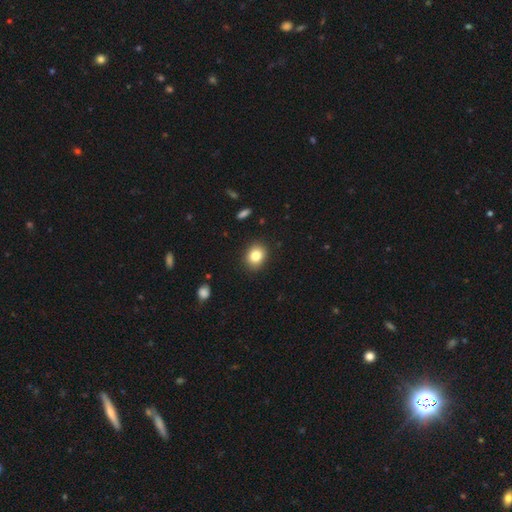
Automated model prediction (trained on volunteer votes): smooth_or_featured: smooth (p=0.83) [alt: star or artifact p=0.10]
how_rounded: round (p=0.58) [alt: in between p=0.41]
merging: none (p=0.89) [alt: minor disturbance p=0.08]